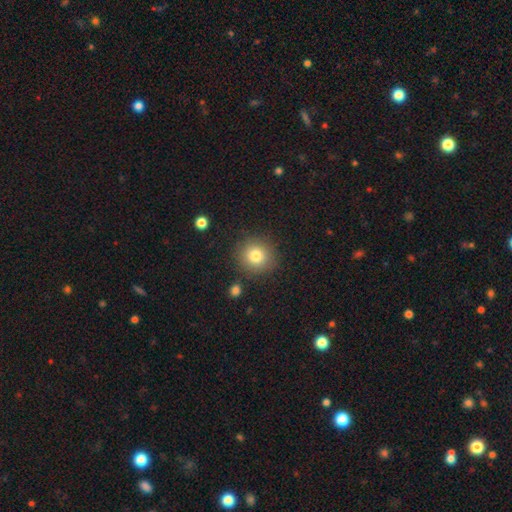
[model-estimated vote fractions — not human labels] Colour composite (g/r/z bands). It shows a smooth galaxy with no disk features (80%) that is round (90%). Merging: none (86%).